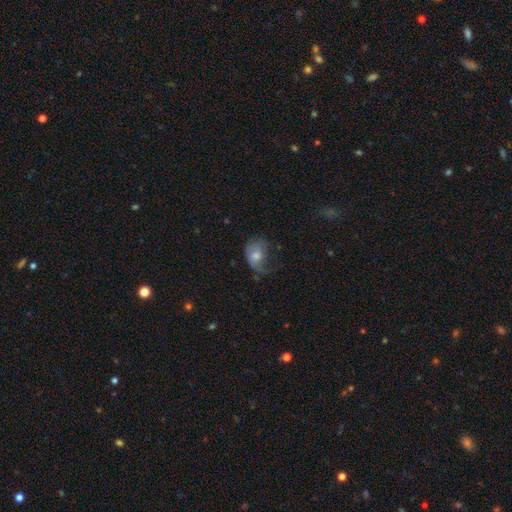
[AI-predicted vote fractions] Morphology: type=smooth (54%); roundness=in between (66%); merging=none (36%).